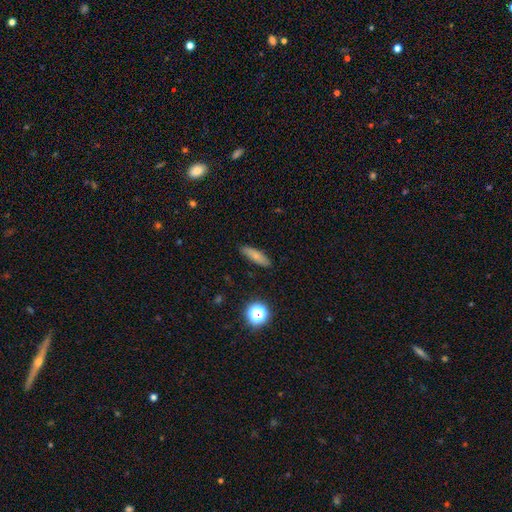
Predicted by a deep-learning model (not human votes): Smooth or featured? Predicted: smooth (p=0.73). How rounded? Predicted: cigar-shaped (p=0.59). Merging? Predicted: none (p=0.86).